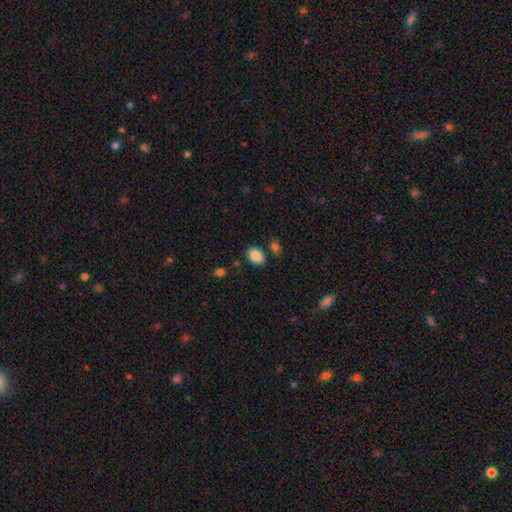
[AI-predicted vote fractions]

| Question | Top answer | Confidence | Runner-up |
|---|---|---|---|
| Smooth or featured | smooth | 88% | star or artifact (8%) |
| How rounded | in between | 79% | round (20%) |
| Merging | none | 78% | minor disturbance (12%) |